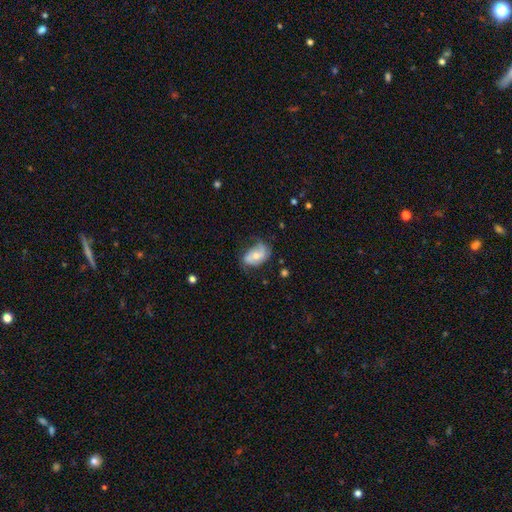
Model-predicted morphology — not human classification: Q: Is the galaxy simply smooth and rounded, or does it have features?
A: featured or disk — 55%.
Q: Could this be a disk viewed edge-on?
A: no — 95%.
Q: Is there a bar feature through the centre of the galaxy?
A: no — 56%.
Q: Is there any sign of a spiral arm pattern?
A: yes — 80%.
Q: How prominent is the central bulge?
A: moderate — 55%.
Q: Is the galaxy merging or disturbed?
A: none — 53%.